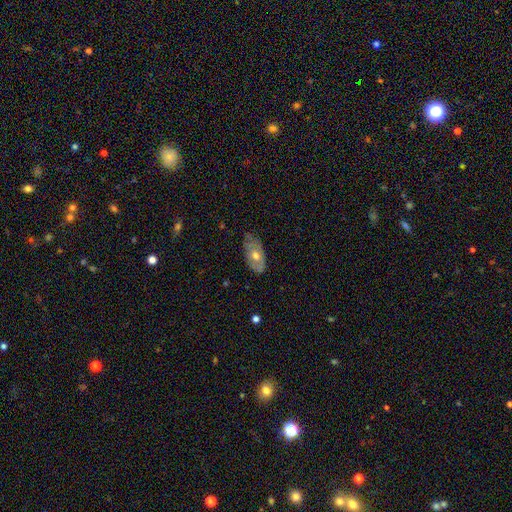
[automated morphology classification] Smooth or featured?
  - featured or disk: 47% * (tied)
  - smooth: 47% * (tied)
  - star or artifact: 7%
Merging?
  - none: 65% *
  - minor disturbance: 28%
  - major disturbance: 6%
  - merger: 2%